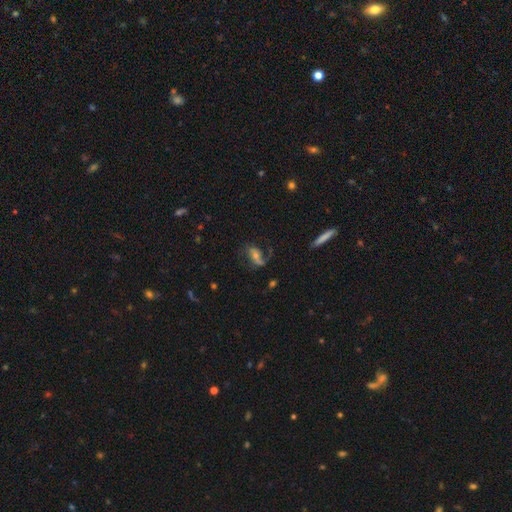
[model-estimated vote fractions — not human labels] This appears to be a featured or disk galaxy (68%) with no bar (50%), 2 (60%) loose (58%) spiral arms (88%) and a small central bulge (45%). Merging: none (52%).